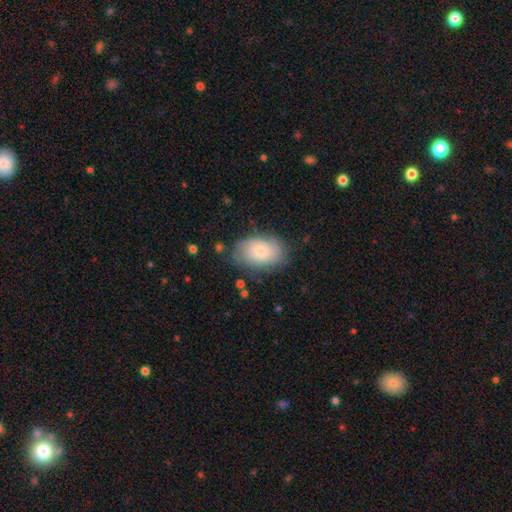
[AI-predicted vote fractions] A smooth galaxy with no disk features (58%) that is in between round and cigar-shaped (87%). Merging: none (71%).